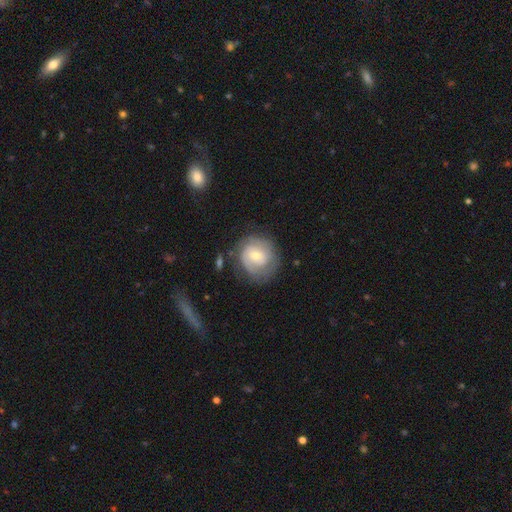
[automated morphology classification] Overall: featured or disk (64%; smooth 29%). Edge-on disk: no (97%). Bar: no (51%; weak 40%). Spiral arms: yes (80%). Bulge size: small (52%; moderate 43%). Merging: none (66%).